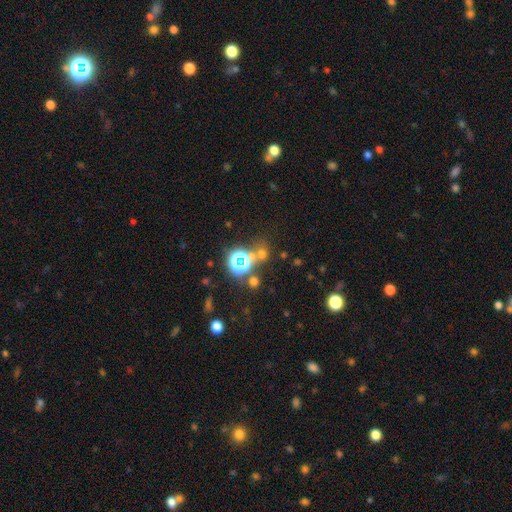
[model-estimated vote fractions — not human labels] Smooth or featured? Predicted: star or artifact (p=0.53).